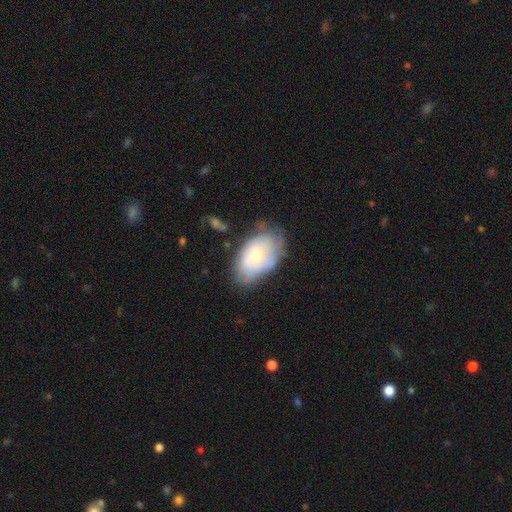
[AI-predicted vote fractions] A smooth galaxy with no disk features (46%, tied with featured or disk). Merging: none (54%).